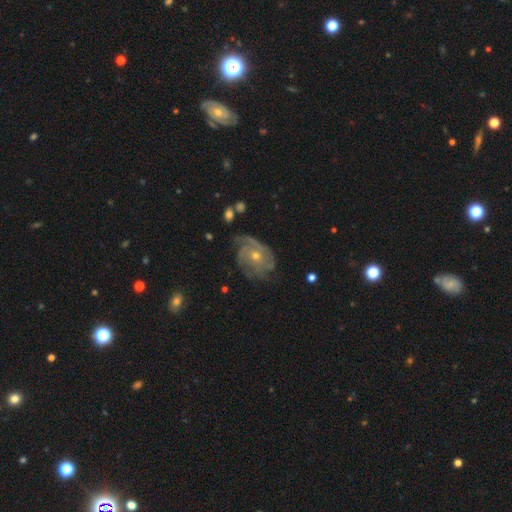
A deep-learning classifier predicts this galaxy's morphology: smooth_or_featured: featured or disk (p=0.85) [alt: smooth p=0.08]
disk_edge_on: no (p=0.97) [alt: yes p=0.03]
bar: no (p=0.78) [alt: weak p=0.18]
has_spiral_arms: yes (p=0.95) [alt: no p=0.05]
spiral_winding: tight (p=0.58) [alt: medium p=0.32]
spiral_arm_count: 3 (p=0.29) [alt: can't tell p=0.25]
bulge_size: small (p=0.53) [alt: moderate p=0.44]
merging: none (p=0.68) [alt: minor disturbance p=0.20]